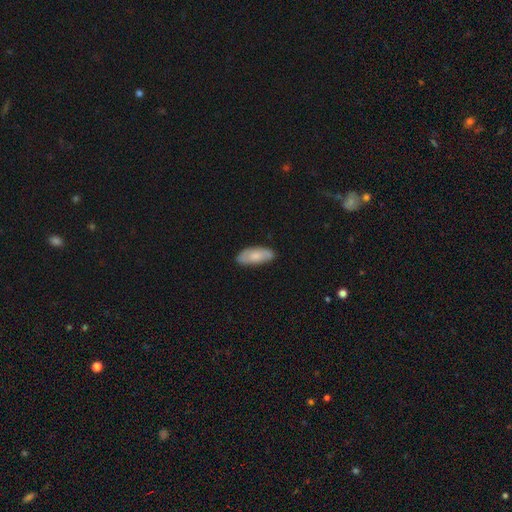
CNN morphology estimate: Q: Smooth or featured?
A: smooth (74%); runner-up: featured or disk (20%)
Q: How rounded?
A: in between (85%); runner-up: cigar-shaped (13%)
Q: Merging?
A: none (83%); runner-up: minor disturbance (14%)